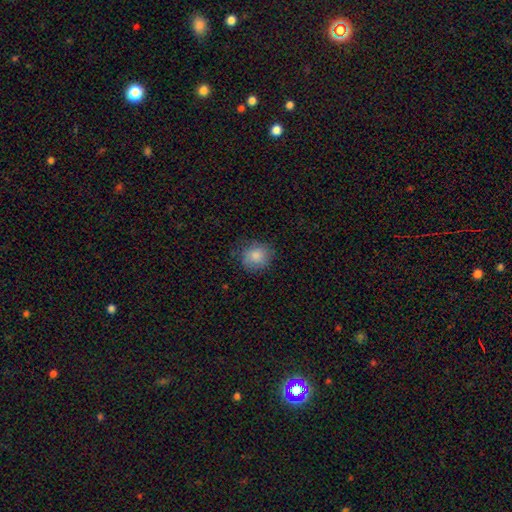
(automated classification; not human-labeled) Overall: smooth (84%). How rounded: round (79%). Merging: none (76%).